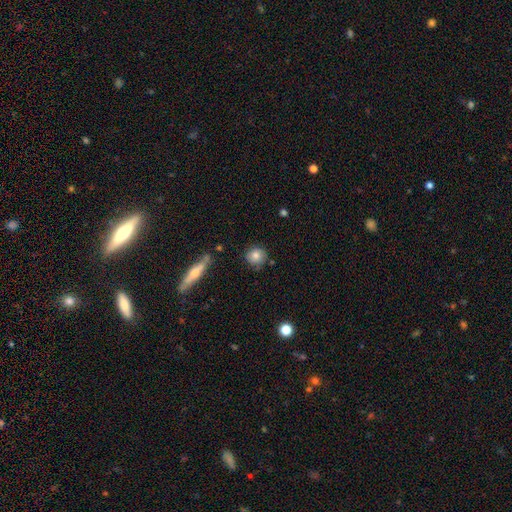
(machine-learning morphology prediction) A smooth galaxy with no disk features (78%) that is round (87%).

Vote fractions:
- Smooth or featured? smooth: 78% / featured or disk: 13% / star or artifact: 9%
- How rounded? round: 87% / in between: 10% / cigar-shaped: 2%
- Merging? none: 78% / minor disturbance: 15% / merger: 4% / major disturbance: 3%